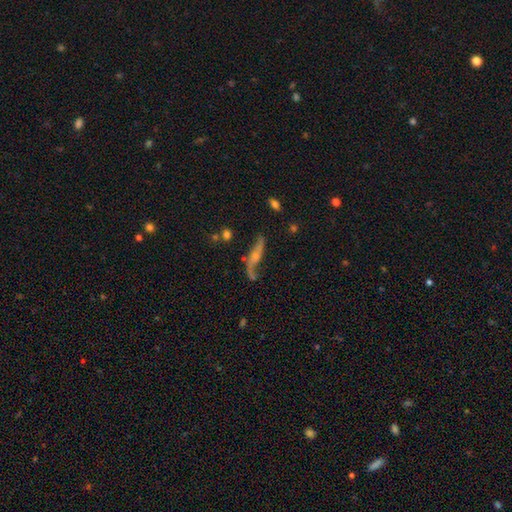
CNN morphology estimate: A featured or disk galaxy (74%).

Vote fractions:
- Smooth or featured? featured or disk: 74% / smooth: 17% / star or artifact: 9%
- Edge-on disk? no: 58% / yes: 42%
- Merging? none: 56% / minor disturbance: 24% / major disturbance: 16% / merger: 5%